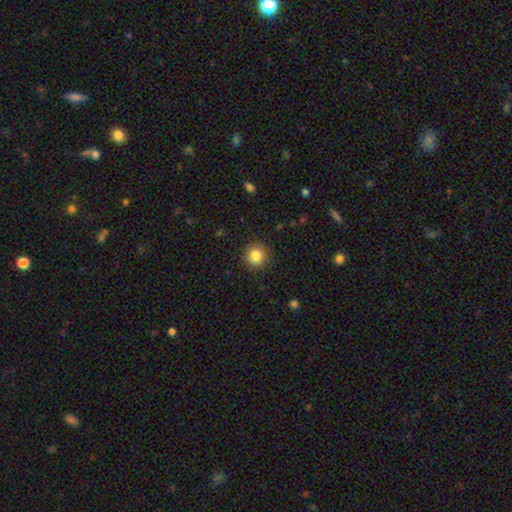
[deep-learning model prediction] This appears to be a smooth galaxy with no disk features (84%) that is round (94%). Merging: none (91%).